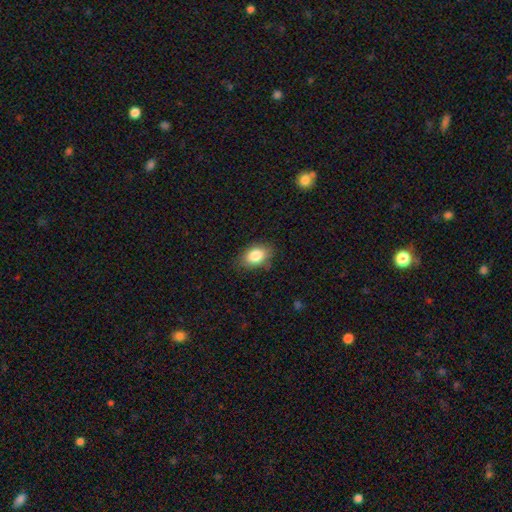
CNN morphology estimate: smooth-or-featured: smooth: 84% | star or artifact: 8% | featured or disk: 8%
  how-rounded: in between: 86% | round: 13% | cigar-shaped: 1%
  merging: none: 80% | minor disturbance: 16% | major disturbance: 3% | merger: 1%